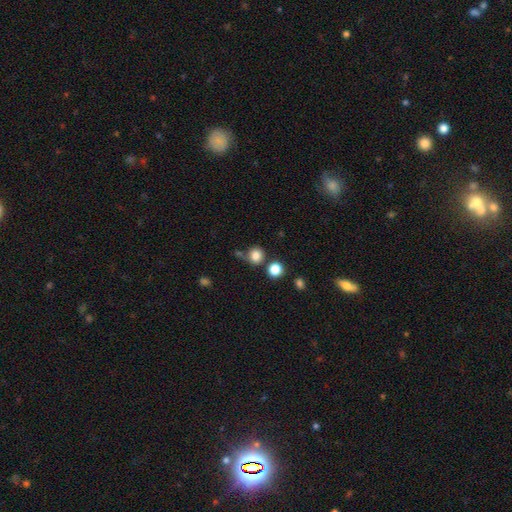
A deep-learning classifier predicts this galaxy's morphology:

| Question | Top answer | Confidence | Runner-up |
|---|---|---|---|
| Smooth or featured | smooth | 83% | star or artifact (12%) |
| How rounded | round | 88% | in between (11%) |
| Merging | none | 69% | merger (15%) |